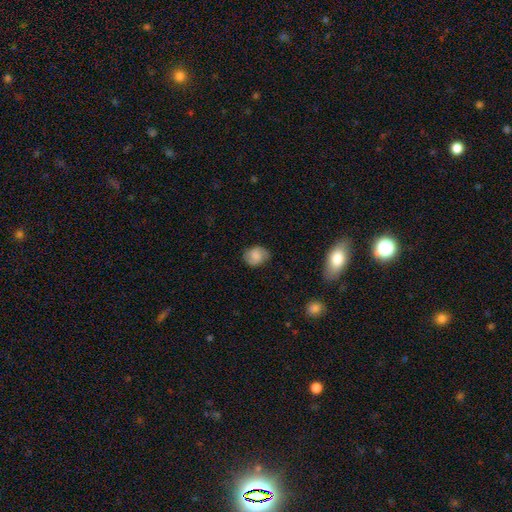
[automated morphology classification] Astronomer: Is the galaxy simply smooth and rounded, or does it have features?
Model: smooth — 63%.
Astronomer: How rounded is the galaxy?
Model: in between — 50% (runner-up: round, 48%).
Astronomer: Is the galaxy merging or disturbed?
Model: none — 76%.